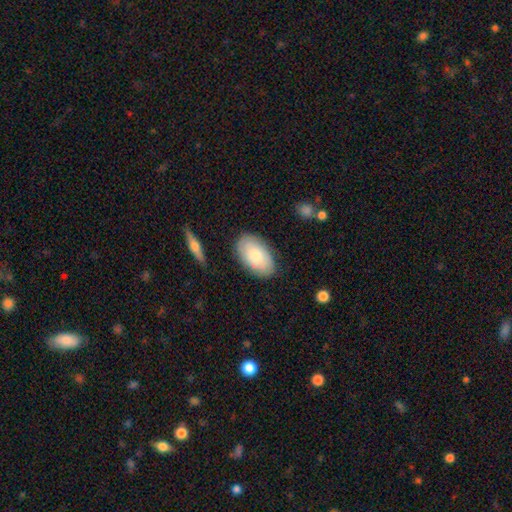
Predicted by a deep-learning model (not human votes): The model was most divided on "smooth or featured": smooth: 73%, featured or disk: 21%, star or artifact: 6%. More confident: how rounded — in between (94%); merging — none (83%).